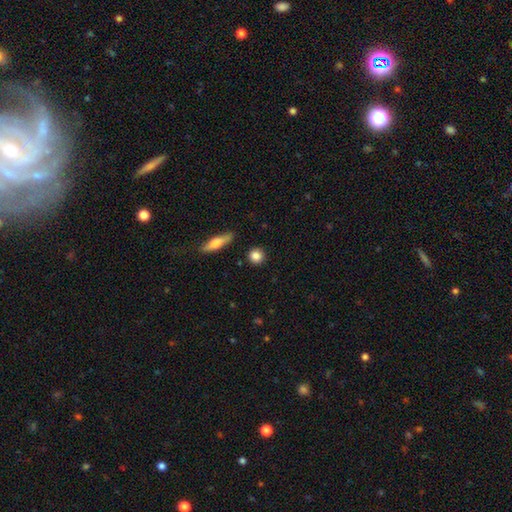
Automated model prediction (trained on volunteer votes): smooth 85%, star or artifact 8%, featured or disk 6%. Down the decision tree: how rounded — round (88%); merging — none (89%).